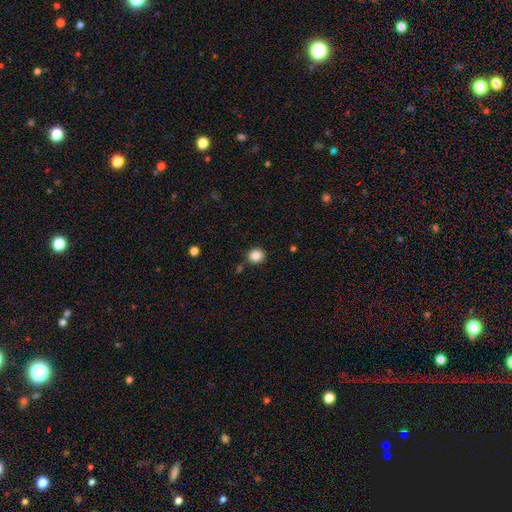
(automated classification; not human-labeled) Smooth or featured? smooth (87%)
How rounded? round (76%)
Merging? none (85%)